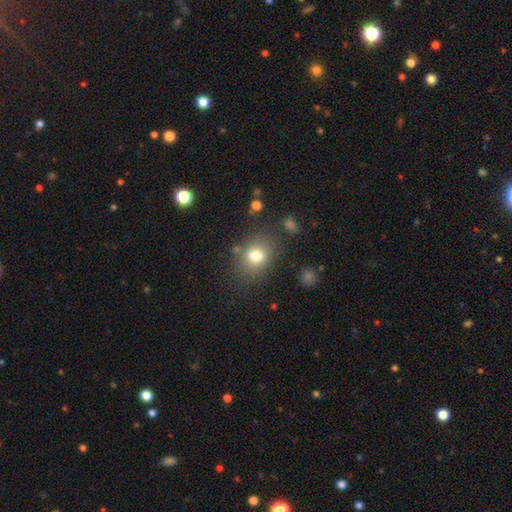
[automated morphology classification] Smooth or featured: smooth — 77% (star or artifact — 12%)
How rounded: round — 53% (in between — 46%)
Merging: none — 76% (minor disturbance — 14%)